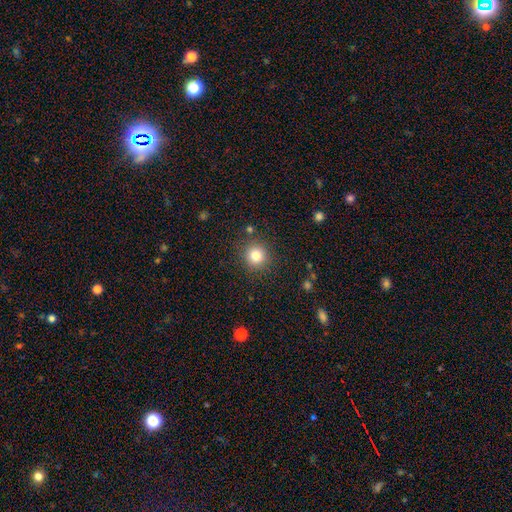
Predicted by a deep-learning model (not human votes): This is clearly a smooth galaxy (81%). How rounded: clearly round (92%). Merging: clearly none (87%).